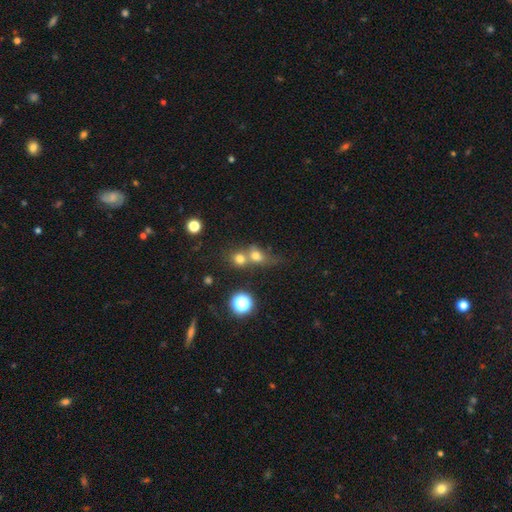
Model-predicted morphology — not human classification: Smooth or featured: smooth — 69% (star or artifact — 17%)
How rounded: round — 70% (in between — 28%)
Merging: merger — 55% (none — 29%)